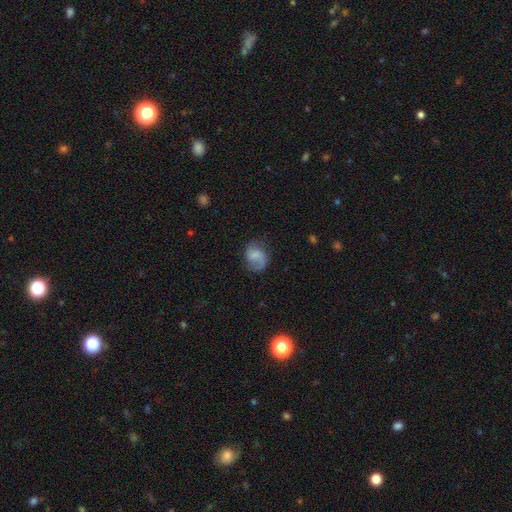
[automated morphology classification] smooth-or-featured: featured or disk: 59% | smooth: 33% | star or artifact: 8%
  disk-edge-on: no: 98% | yes: 2%
    bar: weak: 50% | no: 36% | strong: 14%
    has-spiral-arms: yes: 91% | no: 9%
      spiral-winding: loose: 47% | medium: 41% | tight: 13%
      spiral-arm-count: 2: 77% | 1: 15% | can't tell: 6% | 3: 1% | 4: 1% | more than 4: 1%
    bulge-size: none: 47% | small: 26% | moderate: 20% | large: 6% | dominant: 2%
  merging: none: 68% | minor disturbance: 20% | major disturbance: 10% | merger: 2%